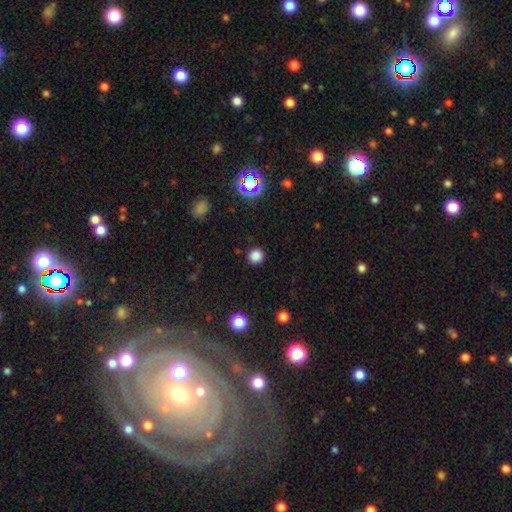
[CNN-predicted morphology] Smooth or featured?
  - smooth: 81% *
  - star or artifact: 15%
  - featured or disk: 4%
How rounded?
  - round: 93% *
  - in between: 6%
  - cigar-shaped: 1%
Merging?
  - none: 90% *
  - minor disturbance: 6%
  - major disturbance: 2%
  - merger: 1%